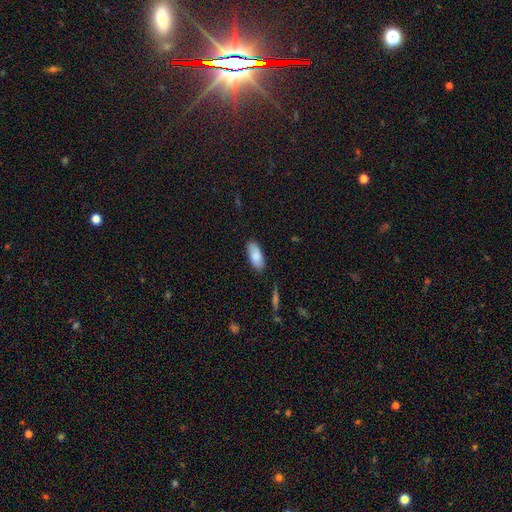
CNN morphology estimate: This appears to be a smooth galaxy with no disk features (87%) that is in between round and cigar-shaped (84%). Merging: none (85%).